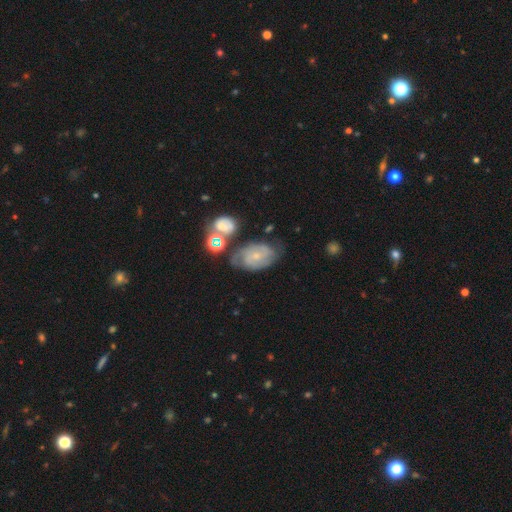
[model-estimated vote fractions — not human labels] Overall: featured or disk (68%). Edge-on disk: no (96%). Bar: no (69%). Spiral arms: yes (89%). Spiral arm count: 2 (38%; can't tell 37%). Spiral winding: tight (53%; medium 35%). Bulge size: small (74%). Merging: none (54%; minor disturbance 24%).